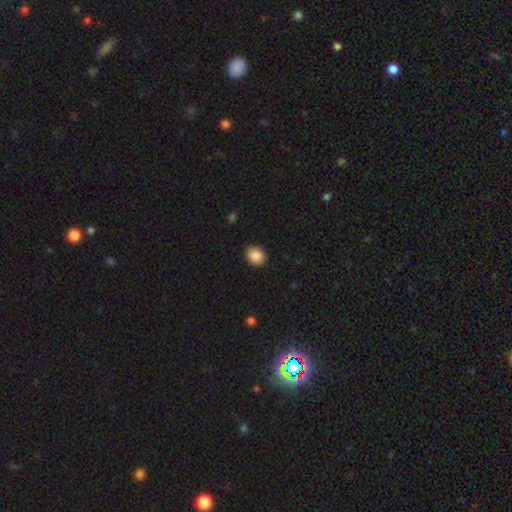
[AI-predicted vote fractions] The model was most divided on "how rounded": round: 64%, in between: 35%, cigar-shaped: 1%. More confident: merging — none (90%); smooth or featured — smooth (88%).